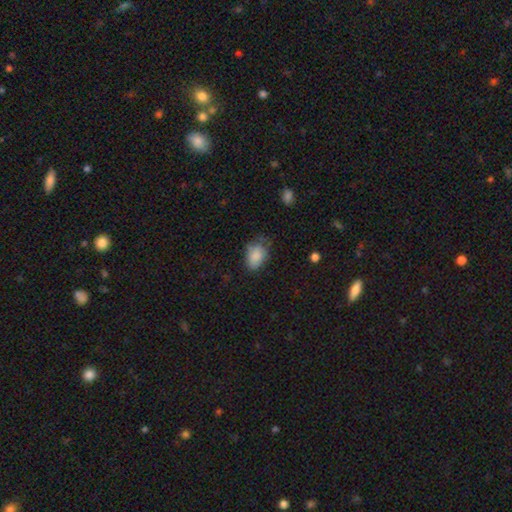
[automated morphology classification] type=smooth (83%); roundness=in between (81%); merging=none (50%).